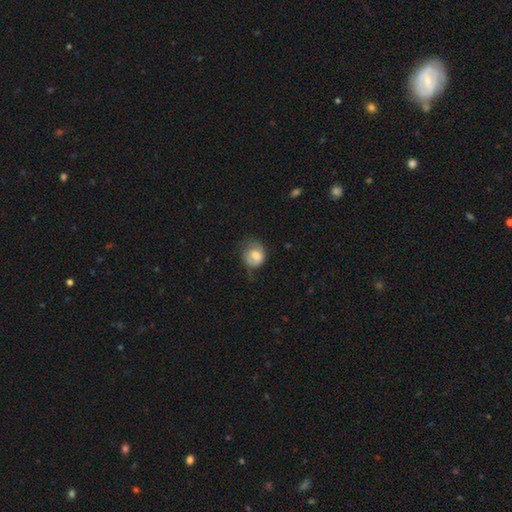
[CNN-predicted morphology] This appears to be a smooth galaxy with no disk features (70%) that is round (66%). Merging: none (41%).